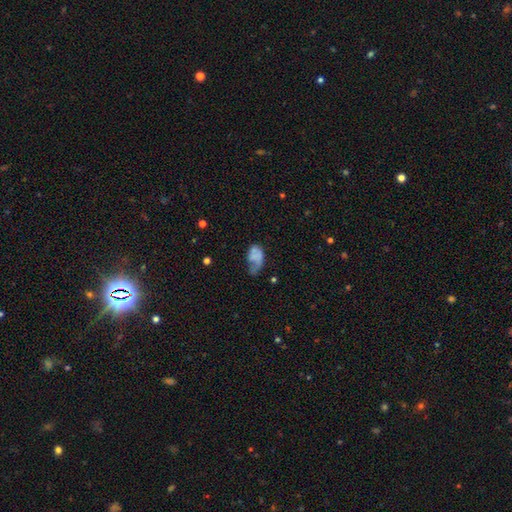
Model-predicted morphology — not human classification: type=smooth (60%); roundness=in between (89%); merging=major disturbance (39%).